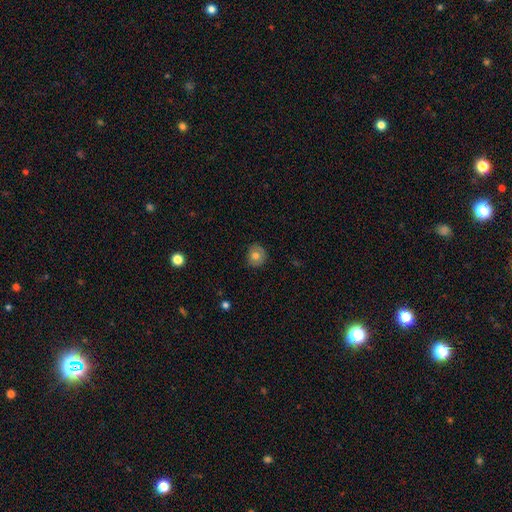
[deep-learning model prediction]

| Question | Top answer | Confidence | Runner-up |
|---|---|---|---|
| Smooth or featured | smooth | 76% | featured or disk (15%) |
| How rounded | round | 84% | in between (15%) |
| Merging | none | 83% | minor disturbance (13%) |